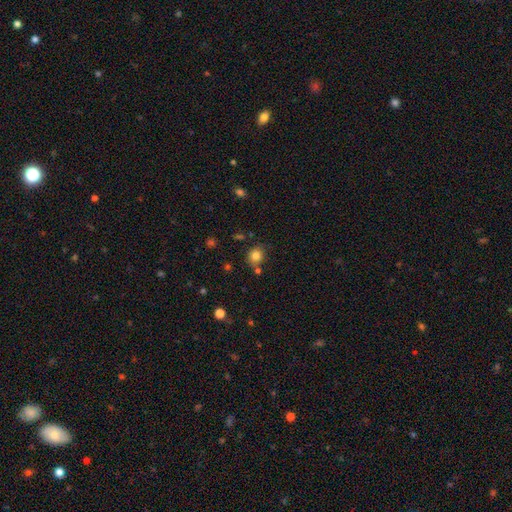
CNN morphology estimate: The model was most divided on "how rounded": round: 75%, in between: 24%, cigar-shaped: 1%. More confident: smooth or featured — smooth (81%); merging — none (76%).